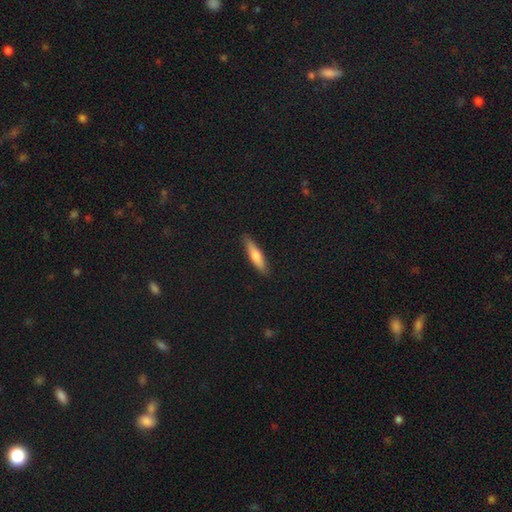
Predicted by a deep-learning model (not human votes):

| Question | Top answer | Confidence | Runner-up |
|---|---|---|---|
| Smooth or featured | smooth | 69% | featured or disk (25%) |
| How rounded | cigar-shaped | 79% | in between (19%) |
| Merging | none | 88% | minor disturbance (9%) |